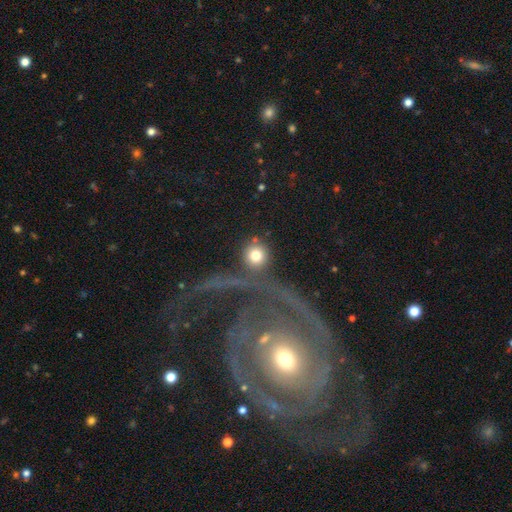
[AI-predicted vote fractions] smooth-or-featured: smooth: 76% | featured or disk: 13% | star or artifact: 11%
  how-rounded: round: 92% | in between: 6% | cigar-shaped: 2%
  merging: none: 63% | merger: 15% | minor disturbance: 11% | major disturbance: 11%